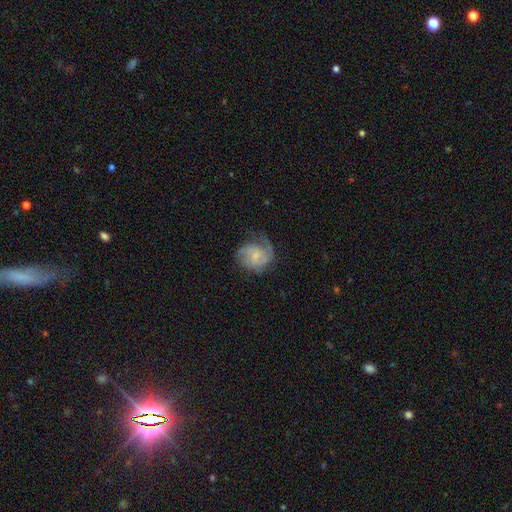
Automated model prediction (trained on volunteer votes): featured or disk 75%, smooth 19%, star or artifact 6%. Down the decision tree: edge-on disk — no (98%); bar — weak (48%); spiral arms — yes (94%); spiral arm count — 2 (52%); spiral winding — medium (47%); bulge size — small (58%); merging — none (58%).